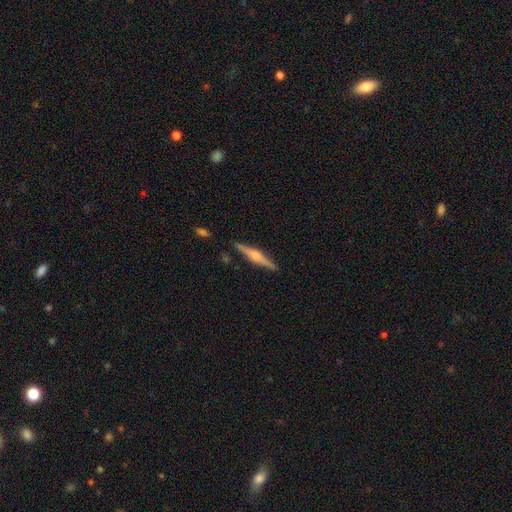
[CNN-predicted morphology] Q: Smooth or featured?
A: featured or disk (71%); runner-up: smooth (23%)
Q: Edge-on disk?
A: yes (98%); runner-up: no (2%)
Q: Edge-on bulge?
A: rounded (80%); runner-up: boxy (16%)
Q: Merging?
A: none (89%); runner-up: minor disturbance (8%)